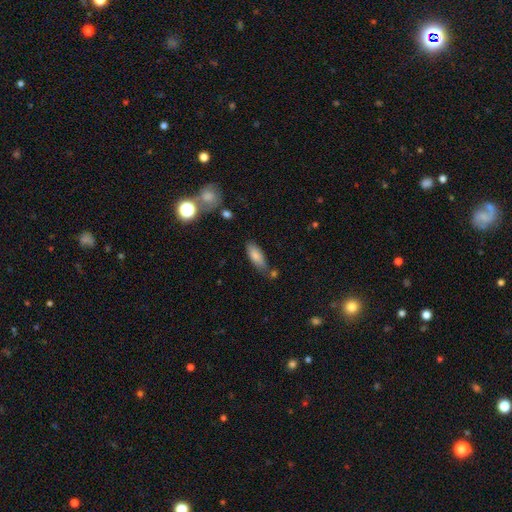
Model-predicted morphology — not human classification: Smooth or featured: smooth — 82% (featured or disk — 11%)
How rounded: in between — 72% (cigar-shaped — 26%)
Merging: none — 68% (minor disturbance — 19%)